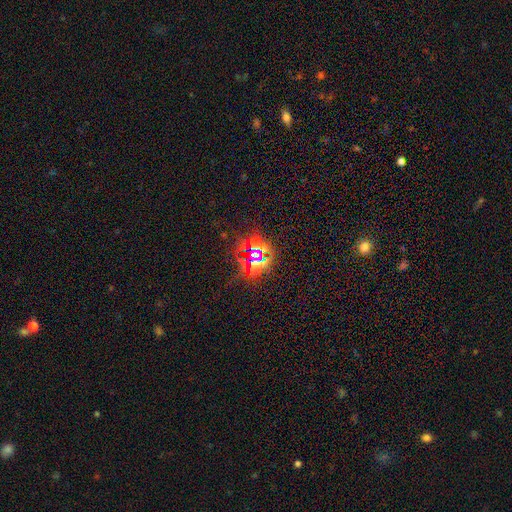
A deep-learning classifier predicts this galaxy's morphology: This appears to be a star or artifact, not a galaxy (77%).